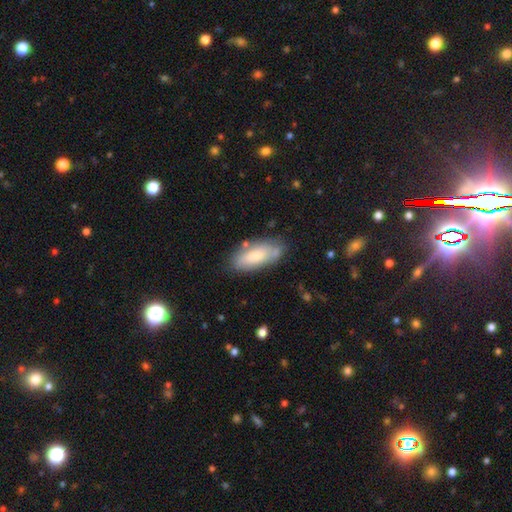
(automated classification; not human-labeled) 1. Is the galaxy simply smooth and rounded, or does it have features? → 72% smooth, 22% featured or disk, 6% star or artifact.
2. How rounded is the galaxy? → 83% in between, 15% cigar-shaped, 2% round.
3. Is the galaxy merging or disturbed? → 71% none, 18% minor disturbance, 6% merger, 4% major disturbance.